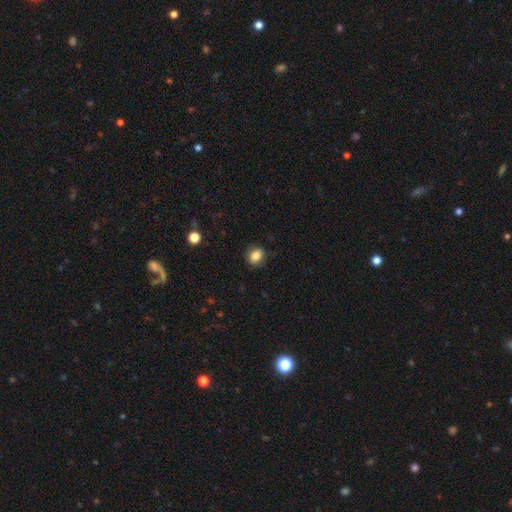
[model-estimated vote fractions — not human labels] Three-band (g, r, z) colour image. It shows a smooth galaxy with no disk features (85%) that is round (50%). Merging: none (86%).